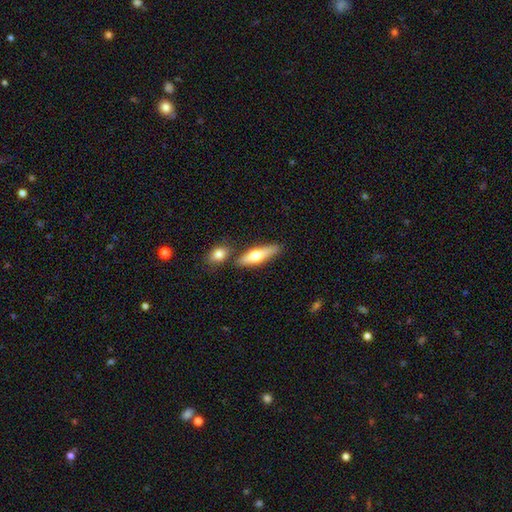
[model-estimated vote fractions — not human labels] Smooth or featured: smooth — 59% (featured or disk — 36%)
How rounded: cigar-shaped — 60% (in between — 37%)
Merging: none — 70% (merger — 16%)